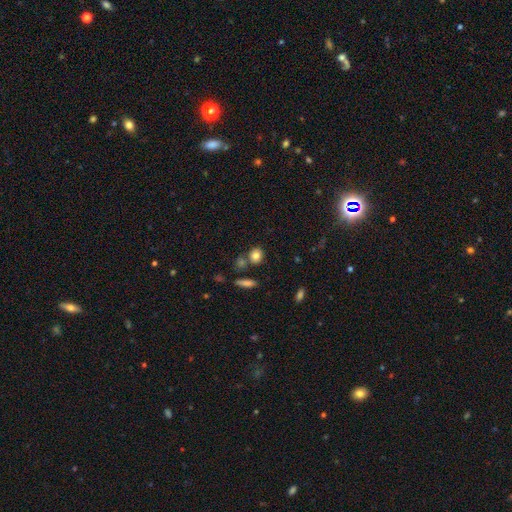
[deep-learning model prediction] Smooth or featured? Predicted: smooth (p=0.80). How rounded? Predicted: round (p=0.66). Merging? Predicted: none (p=0.71).